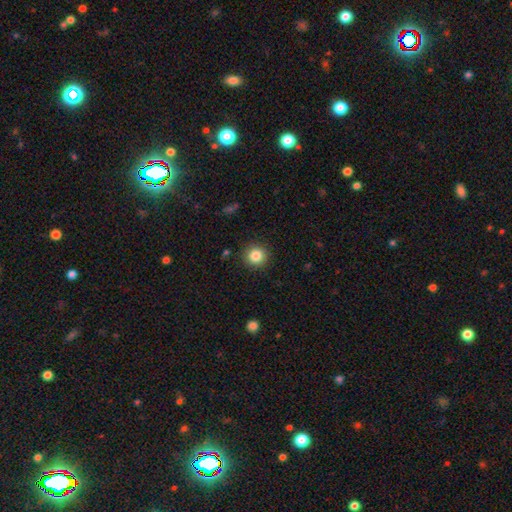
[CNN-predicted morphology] A smooth galaxy with no disk features (85%) that is round (93%).

Vote fractions:
- Smooth or featured? smooth: 85% / star or artifact: 10% / featured or disk: 5%
- How rounded? round: 93% / in between: 6% / cigar-shaped: 1%
- Merging? none: 91% / minor disturbance: 6% / major disturbance: 2% / merger: 1%